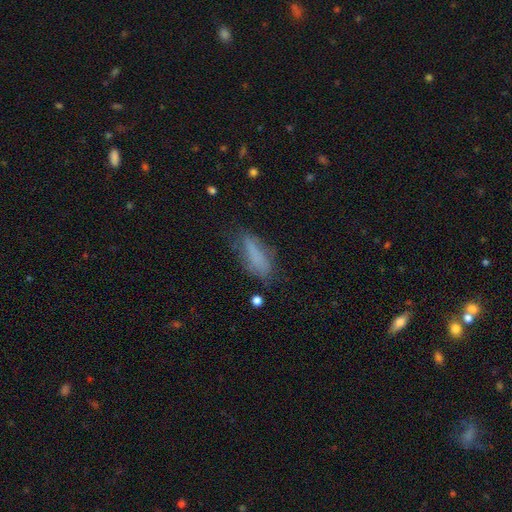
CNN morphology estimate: Smooth or featured? smooth (73%)
How rounded? in between (57%)
Merging? none (59%)